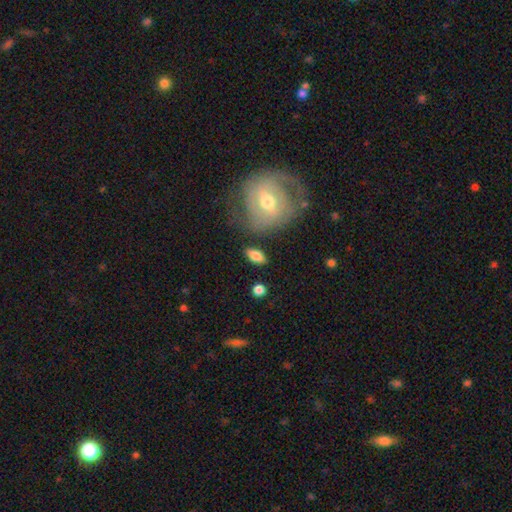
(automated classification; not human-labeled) Smooth or featured? Predicted: smooth (p=0.79). How rounded? Predicted: in between (p=0.85). Merging? Predicted: none (p=0.82).